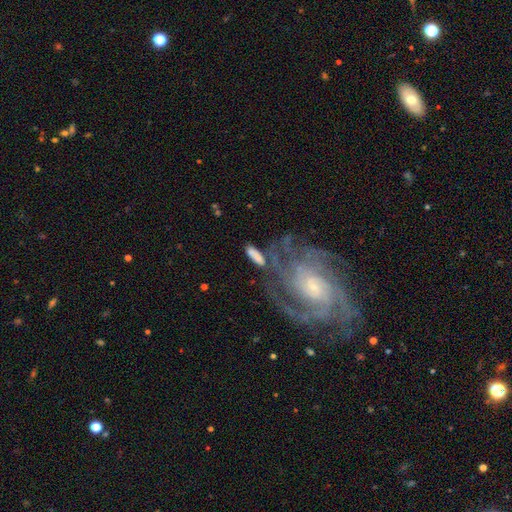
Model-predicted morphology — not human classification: Q: Smooth or featured?
A: smooth (63%); runner-up: featured or disk (29%)
Q: How rounded?
A: in between (65%); runner-up: cigar-shaped (31%)
Q: Merging?
A: none (55%); runner-up: minor disturbance (17%)